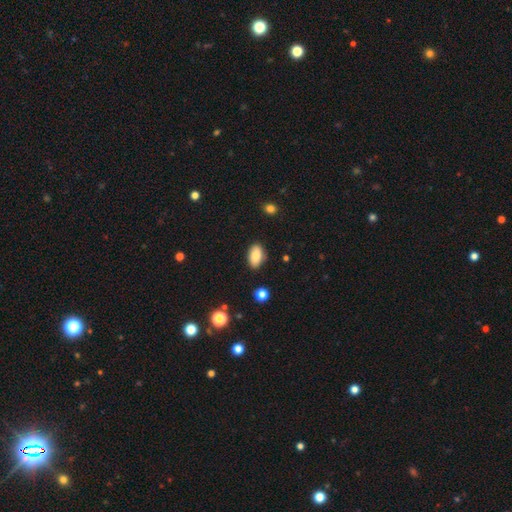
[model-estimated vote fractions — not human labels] A smooth galaxy with no disk features (86%) that is in between round and cigar-shaped (92%).

Vote fractions:
- Smooth or featured? smooth: 86% / star or artifact: 8% / featured or disk: 6%
- How rounded? in between: 92% / round: 5% / cigar-shaped: 3%
- Merging? none: 85% / minor disturbance: 11% / major disturbance: 2% / merger: 2%